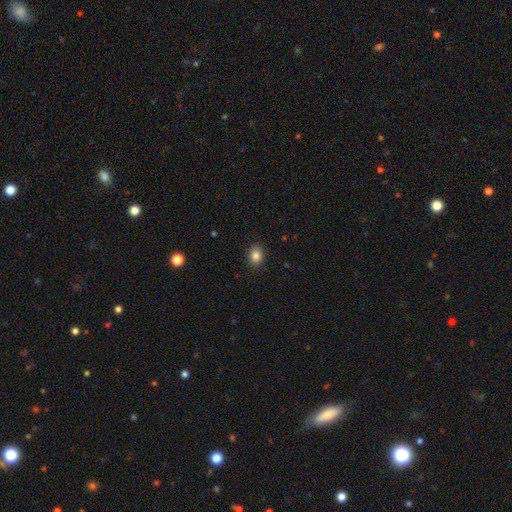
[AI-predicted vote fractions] smooth_or_featured: smooth (p=0.85) [alt: star or artifact p=0.09]
how_rounded: in between (p=0.68) [alt: round p=0.31]
merging: none (p=0.88) [alt: minor disturbance p=0.09]